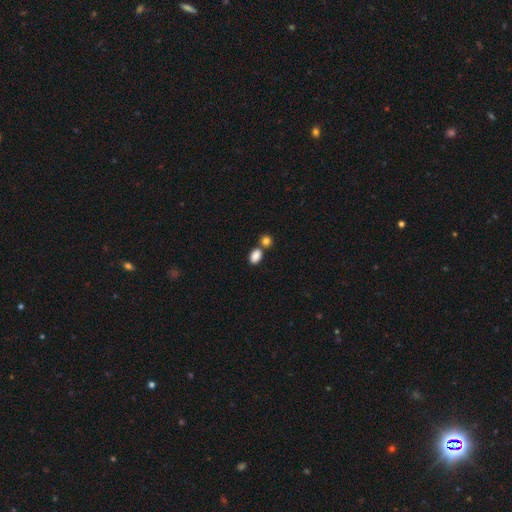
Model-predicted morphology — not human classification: This is clearly a smooth galaxy (87%). How rounded: likely in between (79%). Merging: possibly none (56%).